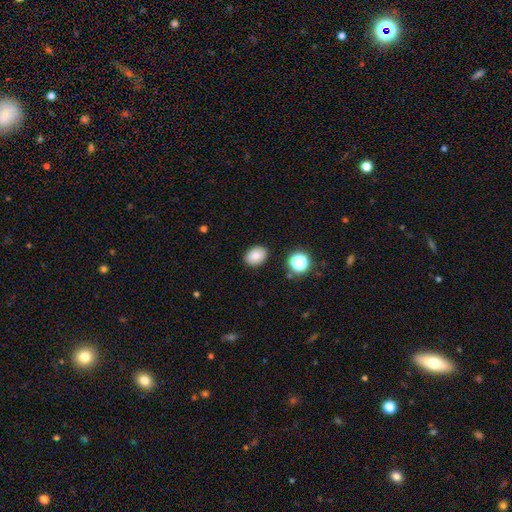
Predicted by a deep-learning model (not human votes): Q: Smooth or featured?
A: smooth (84%); runner-up: star or artifact (10%)
Q: How rounded?
A: in between (69%); runner-up: round (30%)
Q: Merging?
A: none (88%); runner-up: minor disturbance (8%)